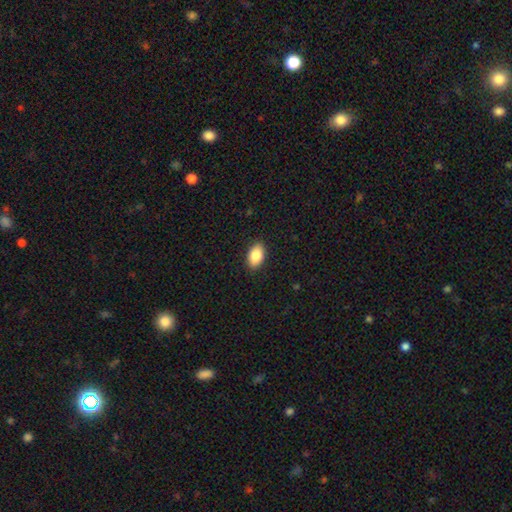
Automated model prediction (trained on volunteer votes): A smooth galaxy with no disk features (84%) that is in between round and cigar-shaped (91%). Merging: none (89%).